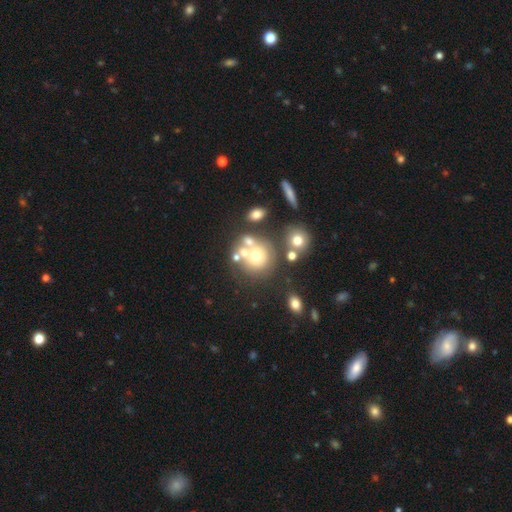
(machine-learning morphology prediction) The model was most divided on "merging": none: 44%, merger: 35%, minor disturbance: 13%, major disturbance: 8%. More confident: how rounded — round (83%); smooth or featured — smooth (56%).